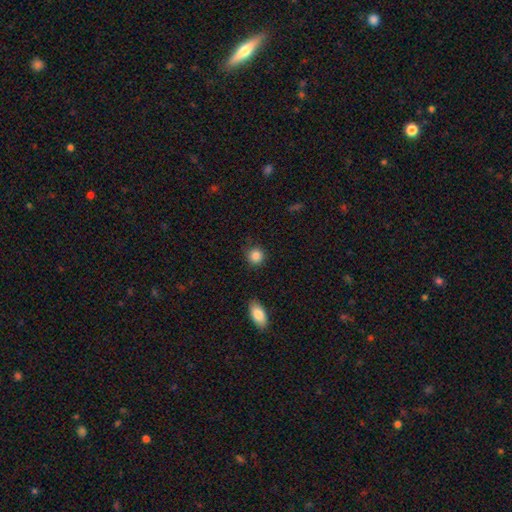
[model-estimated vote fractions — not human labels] Overall: smooth (87%). How rounded: round (90%). Merging: none (85%).